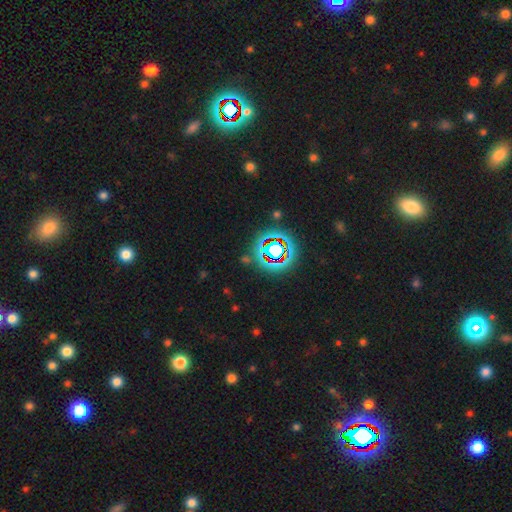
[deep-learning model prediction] Smooth or featured: star or artifact — 76% (smooth — 13%)